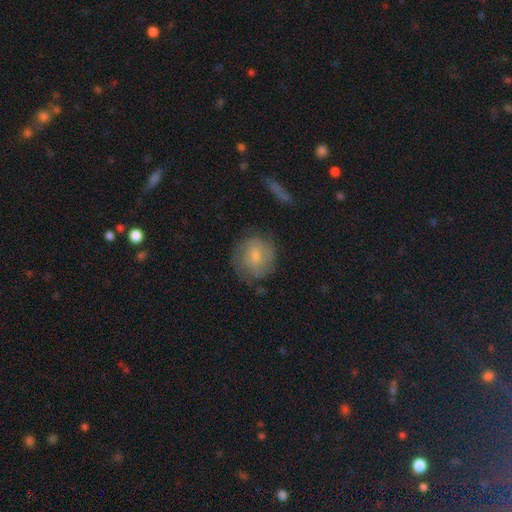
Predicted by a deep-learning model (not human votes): smooth_or_featured: smooth (p=0.52) [alt: featured or disk p=0.41]
how_rounded: round (p=0.80) [alt: in between p=0.19]
merging: none (p=0.68) [alt: minor disturbance p=0.21]